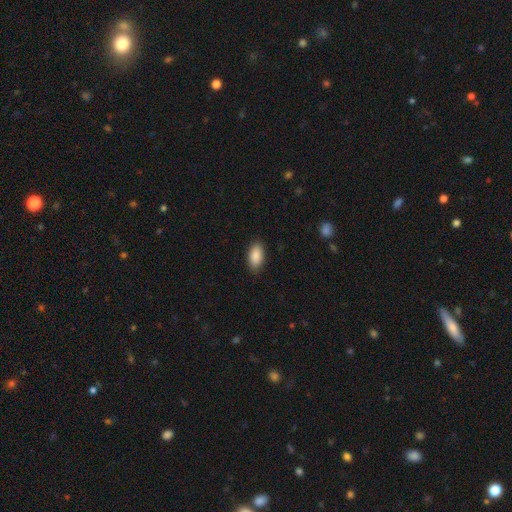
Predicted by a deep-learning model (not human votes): The model was most divided on "merging": none: 87%, minor disturbance: 10%, major disturbance: 2%, merger: 1%. More confident: how rounded — in between (93%); smooth or featured — smooth (89%).